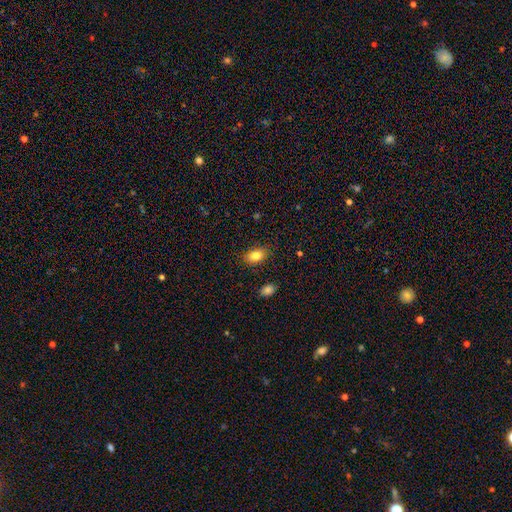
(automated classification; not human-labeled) Q: Smooth or featured?
A: smooth (82%); runner-up: featured or disk (9%)
Q: How rounded?
A: in between (86%); runner-up: round (12%)
Q: Merging?
A: none (85%); runner-up: minor disturbance (11%)